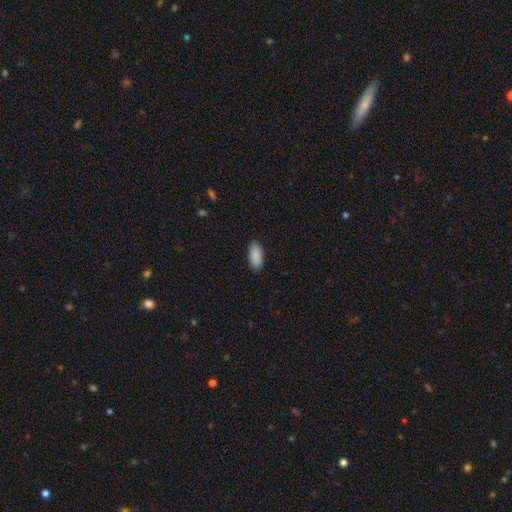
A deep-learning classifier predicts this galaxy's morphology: This is clearly a smooth galaxy (90%). How rounded: clearly in between (90%). Merging: clearly none (88%).